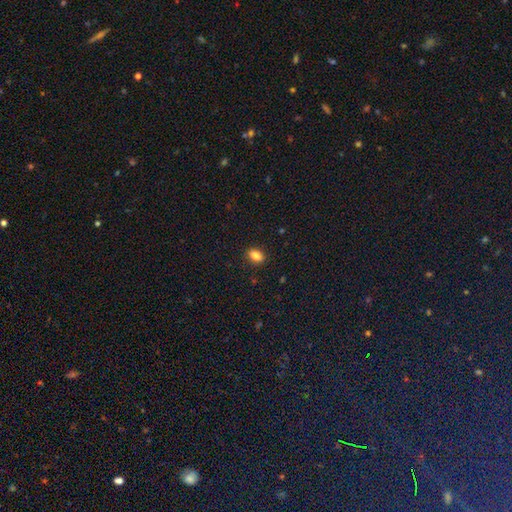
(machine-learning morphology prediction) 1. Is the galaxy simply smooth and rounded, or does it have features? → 86% smooth, 9% star or artifact, 5% featured or disk.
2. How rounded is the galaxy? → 85% in between, 12% round, 3% cigar-shaped.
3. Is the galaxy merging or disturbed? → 88% none, 8% minor disturbance, 2% major disturbance, 1% merger.